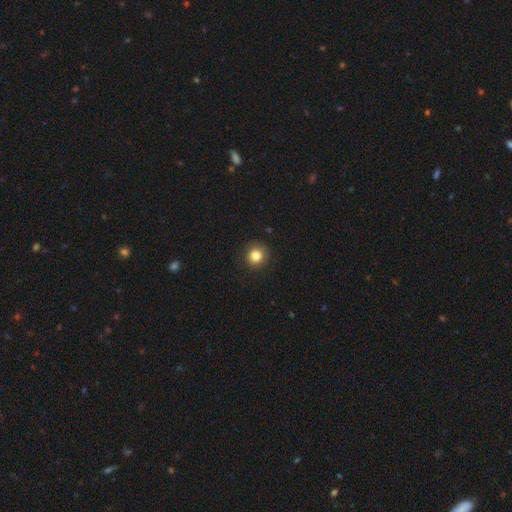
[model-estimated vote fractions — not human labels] Smooth or featured? smooth (84%)
How rounded? round (92%)
Merging? none (90%)